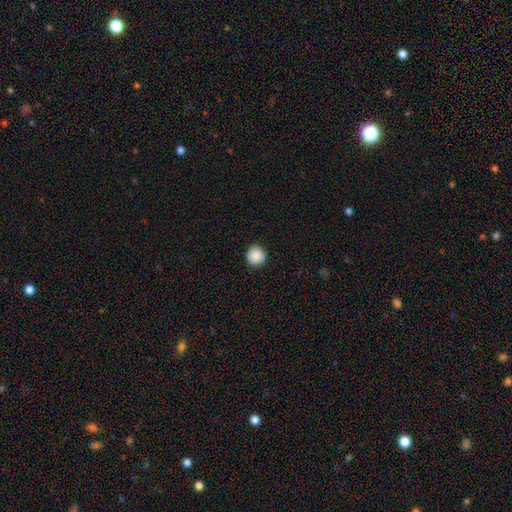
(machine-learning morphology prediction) This appears to be a smooth galaxy with no disk features (88%) that is round (95%). Merging: none (91%).